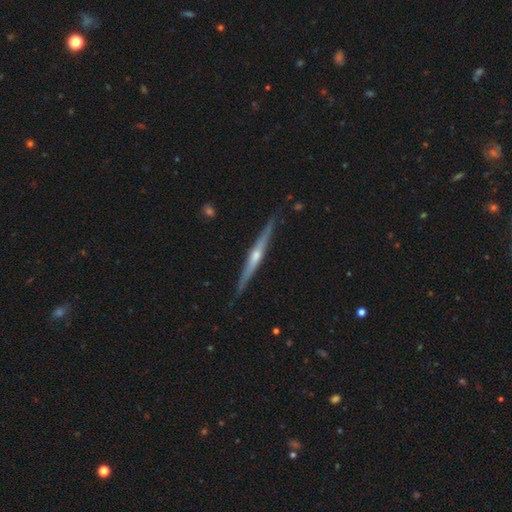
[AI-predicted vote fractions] featured or disk 82%, smooth 13%, star or artifact 5%. Down the decision tree: edge-on disk — yes (98%); edge-on bulge — rounded (82%); merging — none (90%).